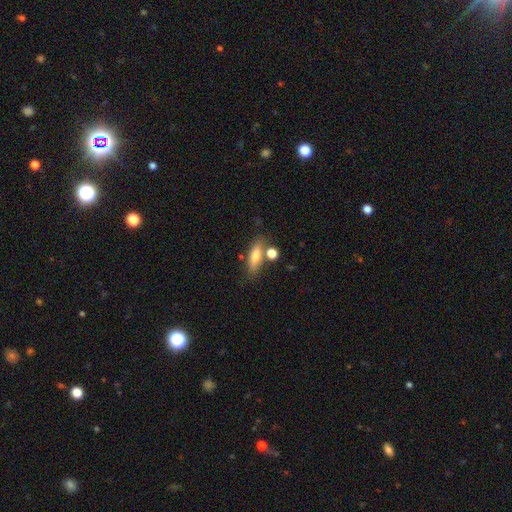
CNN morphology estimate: smooth-or-featured: smooth: 74% | featured or disk: 18% | star or artifact: 7%
  how-rounded: in between: 56% | cigar-shaped: 38% | round: 5%
  merging: none: 66% | merger: 16% | minor disturbance: 13% | major disturbance: 4%